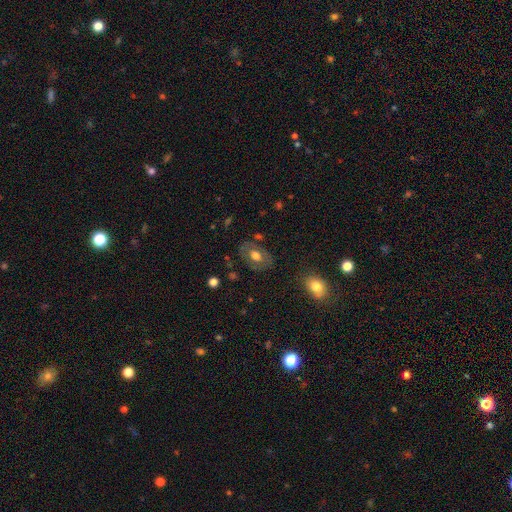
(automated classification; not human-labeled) A smooth galaxy with no disk features (55%) that is in between round and cigar-shaped (77%).

Vote fractions:
- Smooth or featured? smooth: 55% / featured or disk: 37% / star or artifact: 8%
- How rounded? in between: 77% / round: 22% / cigar-shaped: 1%
- Merging? none: 77% / minor disturbance: 15% / major disturbance: 6% / merger: 2%